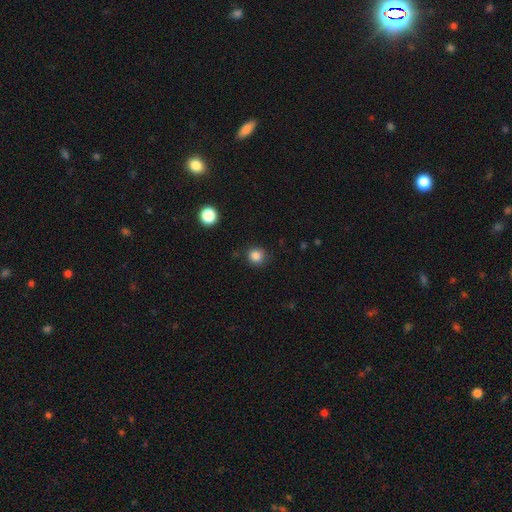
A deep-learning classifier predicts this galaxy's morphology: Overall: smooth (85%). How rounded: round (91%). Merging: none (84%).